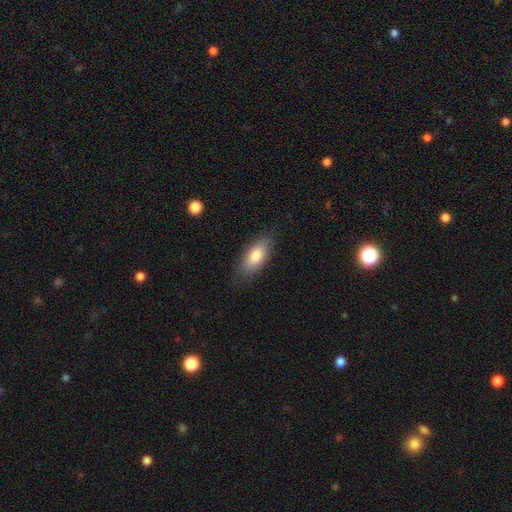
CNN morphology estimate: A smooth galaxy with no disk features (82%) that is in between round and cigar-shaped (86%). Merging: none (80%).